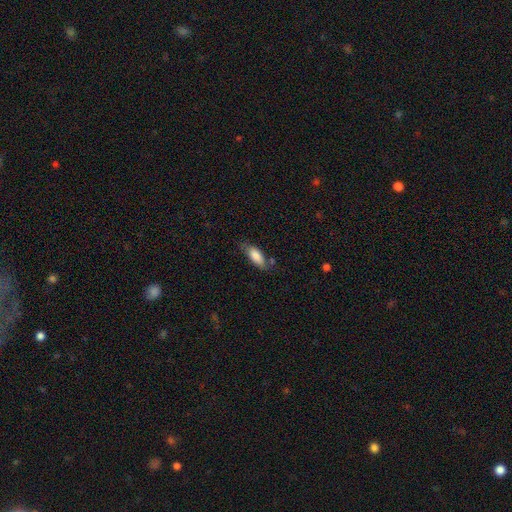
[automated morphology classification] Q: Smooth or featured?
A: smooth (80%); runner-up: featured or disk (13%)
Q: How rounded?
A: in between (78%); runner-up: cigar-shaped (20%)
Q: Merging?
A: none (63%); runner-up: minor disturbance (25%)